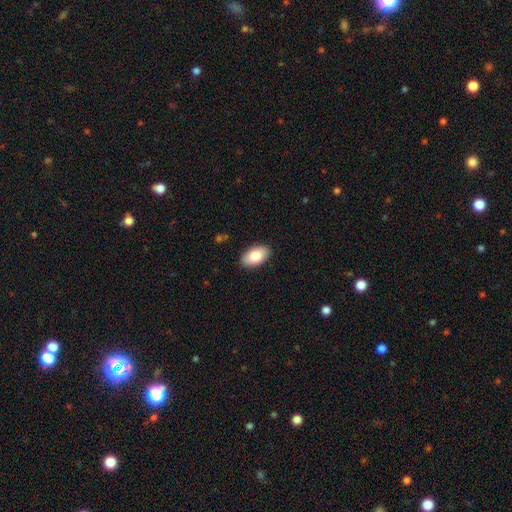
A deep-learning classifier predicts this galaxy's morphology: This is clearly a smooth galaxy (83%). How rounded: clearly in between (94%). Merging: clearly none (89%).